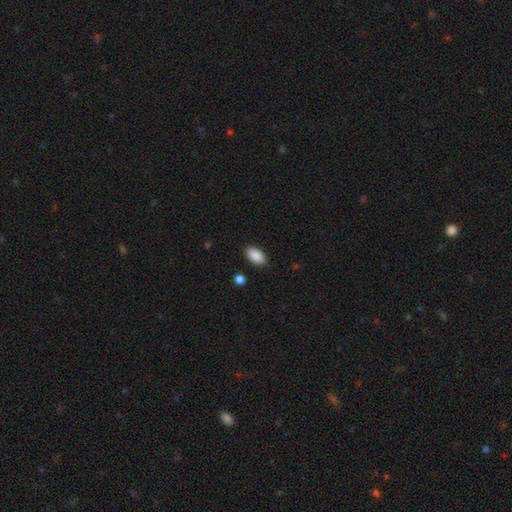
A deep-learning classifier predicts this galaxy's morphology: The model was most divided on "merging": none: 87%, minor disturbance: 9%, major disturbance: 2%, merger: 2%. More confident: how rounded — in between (94%); smooth or featured — smooth (90%).